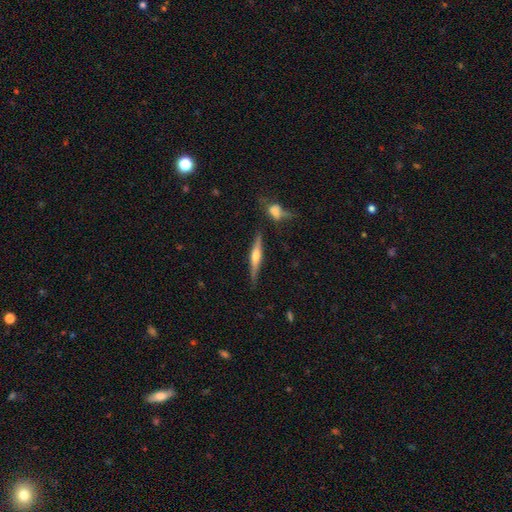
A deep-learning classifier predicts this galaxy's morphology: smooth-or-featured: featured or disk: 61% | smooth: 33% | star or artifact: 6%
  disk-edge-on: yes: 96% | no: 4%
    edge-on-bulge: rounded: 79% | boxy: 12% | none: 9%
  merging: none: 79% | minor disturbance: 12% | merger: 5% | major disturbance: 3%